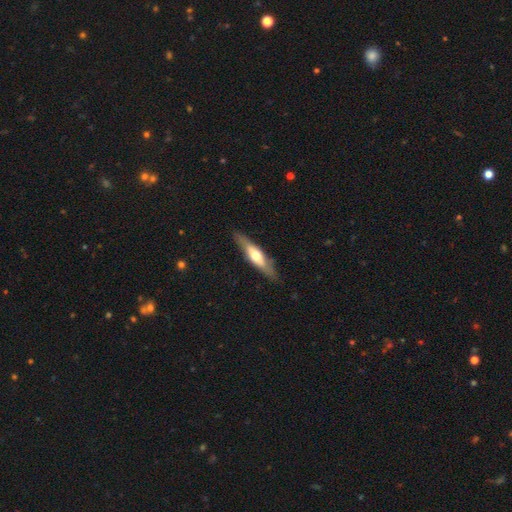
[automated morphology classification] type=featured or disk (53%); edge-on=yes (85%); merging=none (84%).